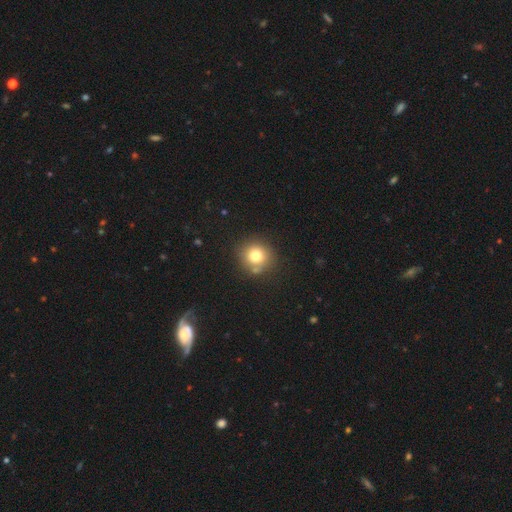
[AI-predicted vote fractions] Morphology: type=smooth (76%); roundness=round (91%); merging=none (77%).